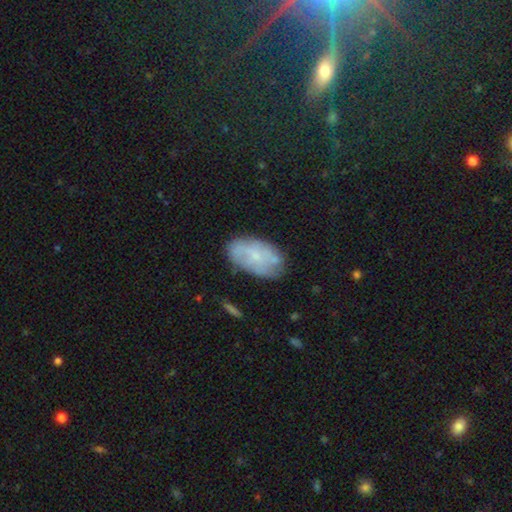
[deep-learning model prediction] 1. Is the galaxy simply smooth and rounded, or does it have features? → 46% smooth, 45% featured or disk, 9% star or artifact.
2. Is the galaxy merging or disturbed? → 64% none, 24% minor disturbance, 8% major disturbance, 4% merger.